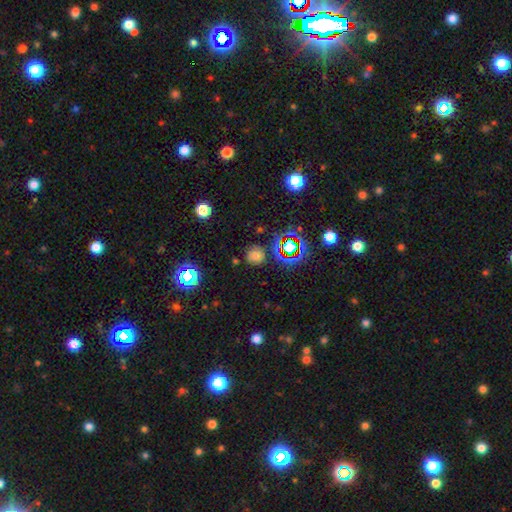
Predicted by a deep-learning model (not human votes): smooth-or-featured: smooth: 62% | star or artifact: 30% | featured or disk: 7%
  how-rounded: round: 85% | in between: 14% | cigar-shaped: 1%
  merging: none: 77% | minor disturbance: 13% | major disturbance: 5% | merger: 5%